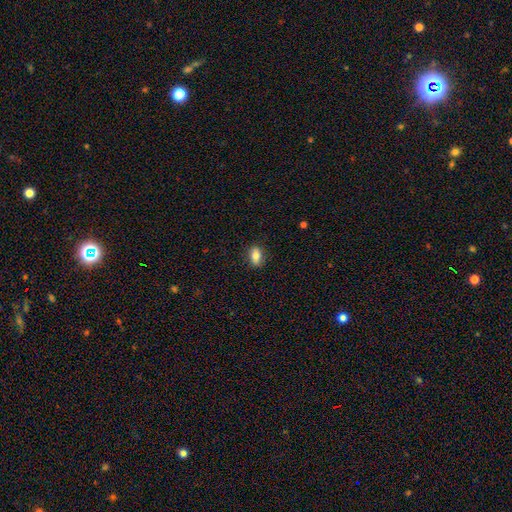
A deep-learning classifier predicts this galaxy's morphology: This appears to be a smooth galaxy with no disk features (79%) that is in between round and cigar-shaped (83%). Merging: none (85%).